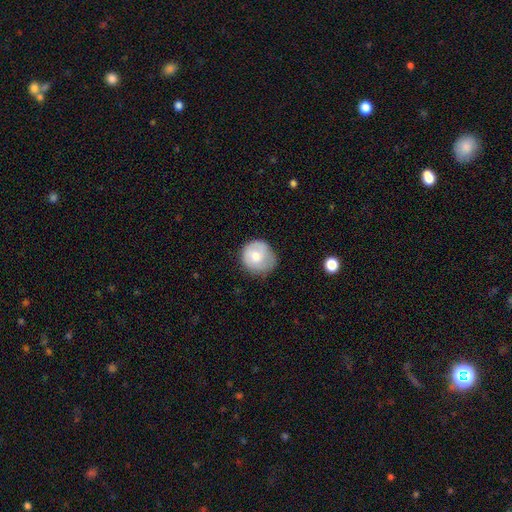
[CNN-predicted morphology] type=smooth (71%); roundness=round (89%); merging=none (67%).